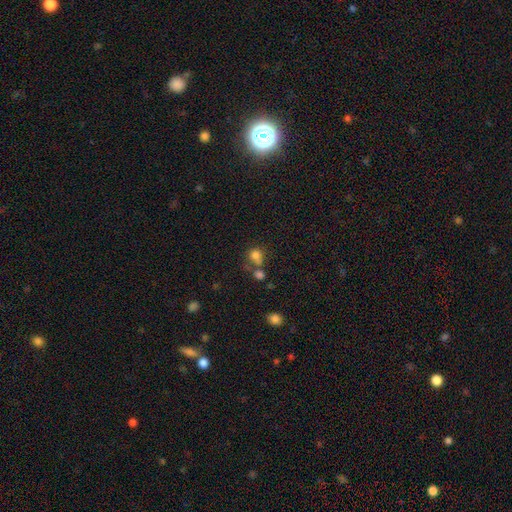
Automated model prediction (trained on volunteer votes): Smooth or featured? Predicted: smooth (p=0.77). How rounded? Predicted: round (p=0.78). Merging? Predicted: none (p=0.43).